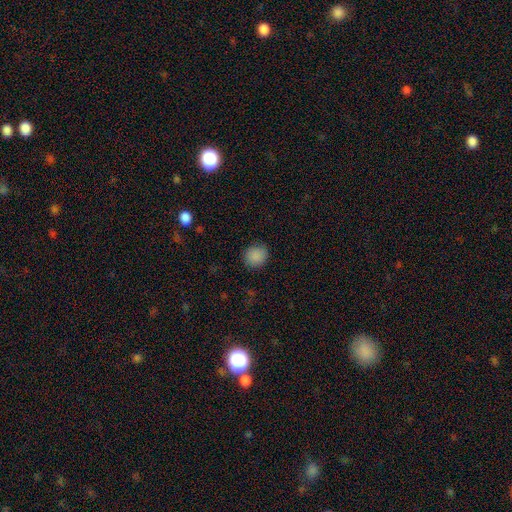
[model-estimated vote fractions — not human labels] smooth-or-featured: smooth: 88% | star or artifact: 9% | featured or disk: 3%
  how-rounded: round: 84% | in between: 15% | cigar-shaped: 1%
  merging: none: 87% | minor disturbance: 10% | major disturbance: 2% | merger: 1%